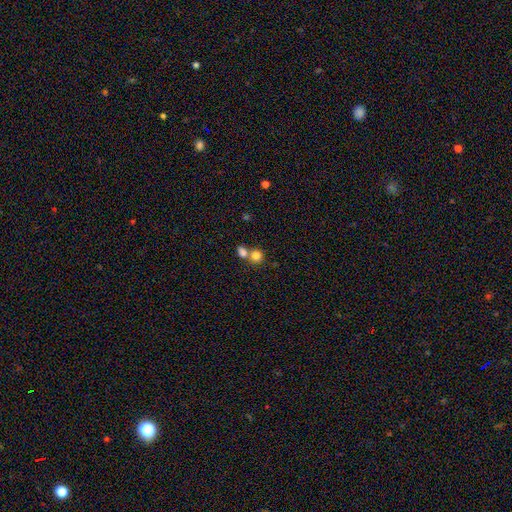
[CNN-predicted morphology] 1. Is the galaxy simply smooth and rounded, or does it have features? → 81% smooth, 11% star or artifact, 8% featured or disk.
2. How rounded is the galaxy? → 82% round, 16% in between, 1% cigar-shaped.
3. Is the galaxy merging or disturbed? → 48% merger, 43% none, 6% minor disturbance, 3% major disturbance.